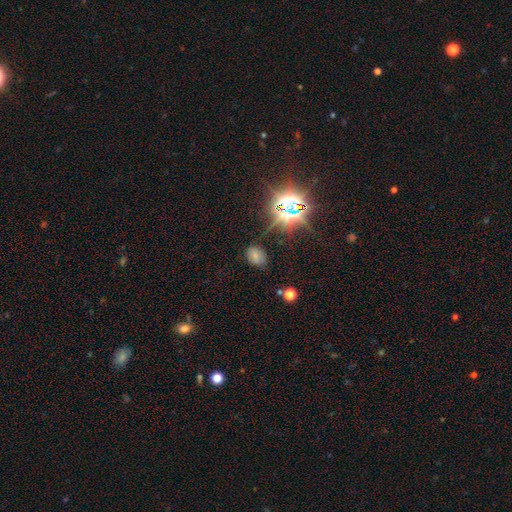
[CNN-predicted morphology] Q: Smooth or featured?
A: smooth (61%); runner-up: star or artifact (28%)
Q: How rounded?
A: in between (74%); runner-up: round (24%)
Q: Merging?
A: none (77%); runner-up: minor disturbance (16%)